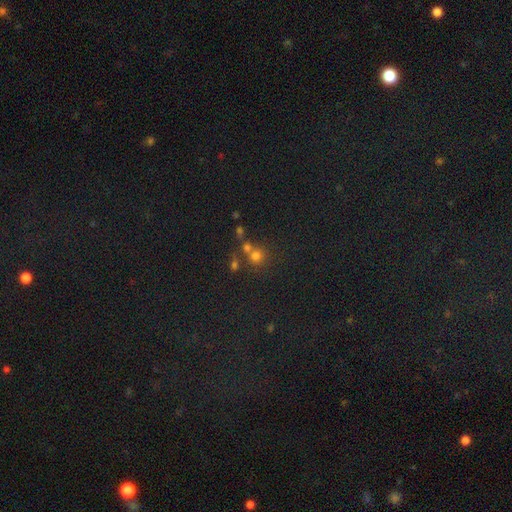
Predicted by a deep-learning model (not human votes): A smooth galaxy with no disk features (69%) that is round (88%).

Vote fractions:
- Smooth or featured? smooth: 69% / star or artifact: 21% / featured or disk: 10%
- How rounded? round: 88% / in between: 11% / cigar-shaped: 1%
- Merging? none: 52% / merger: 36% / minor disturbance: 8% / major disturbance: 4%